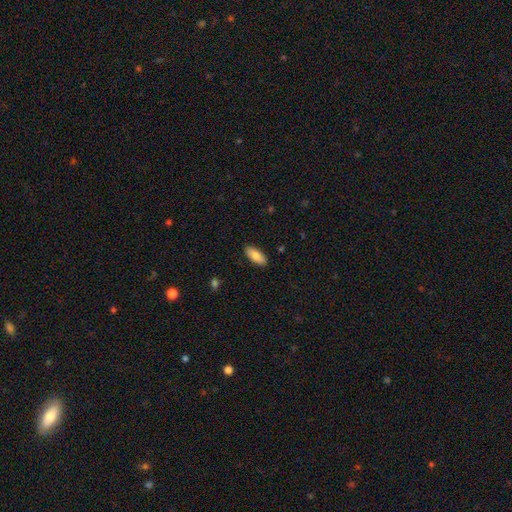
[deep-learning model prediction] This appears to be a smooth galaxy with no disk features (83%) that is in between round and cigar-shaped (85%). Merging: none (89%).